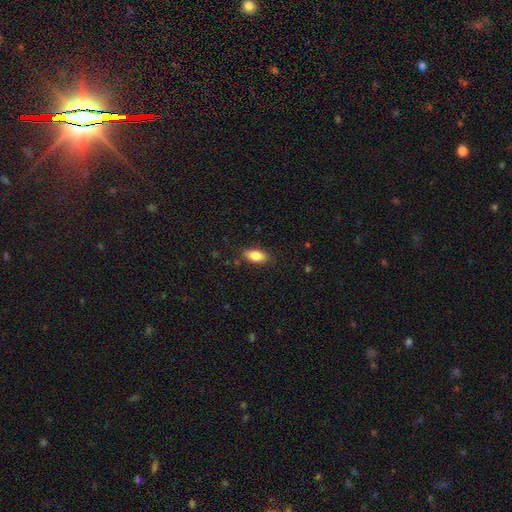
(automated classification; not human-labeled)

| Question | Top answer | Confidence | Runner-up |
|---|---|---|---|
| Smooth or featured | smooth | 83% | featured or disk (9%) |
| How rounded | in between | 89% | cigar-shaped (7%) |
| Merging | none | 85% | minor disturbance (12%) |